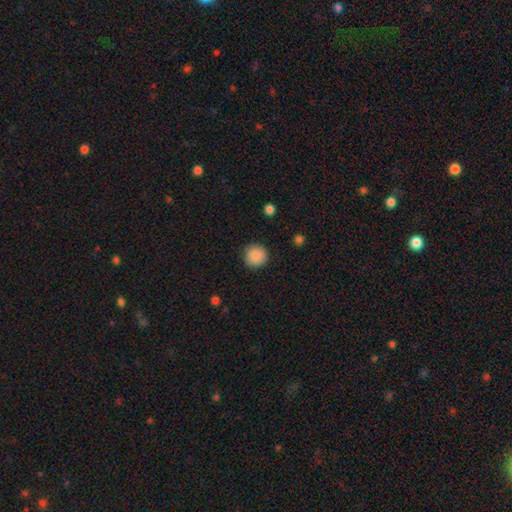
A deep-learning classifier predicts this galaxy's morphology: A smooth galaxy with no disk features (88%) that is round (95%).

Vote fractions:
- Smooth or featured? smooth: 88% / star or artifact: 8% / featured or disk: 3%
- How rounded? round: 95% / in between: 4% / cigar-shaped: 1%
- Merging? none: 90% / minor disturbance: 6% / major disturbance: 2% / merger: 1%